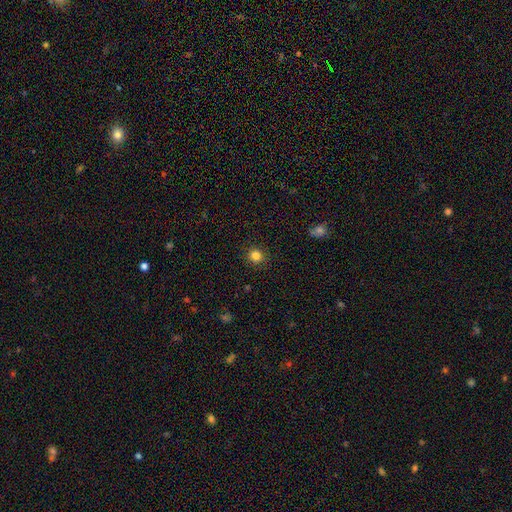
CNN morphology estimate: smooth 83%, star or artifact 12%, featured or disk 4%. Down the decision tree: how rounded — round (90%); merging — none (91%).